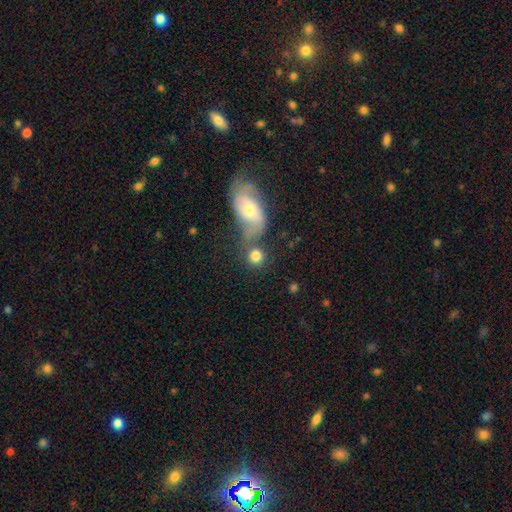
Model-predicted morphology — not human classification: The model was most divided on "merging": none: 50%, merger: 32%, minor disturbance: 11%, major disturbance: 7%. More confident: how rounded — round (83%); smooth or featured — smooth (79%).